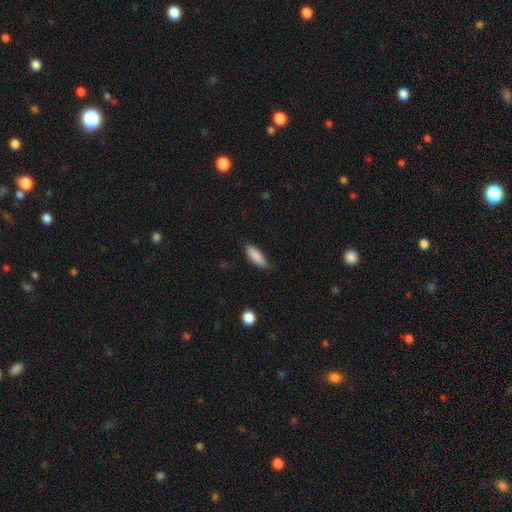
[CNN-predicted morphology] Smooth or featured: smooth — 87% (star or artifact — 7%)
How rounded: in between — 66% (cigar-shaped — 32%)
Merging: none — 73% (minor disturbance — 22%)